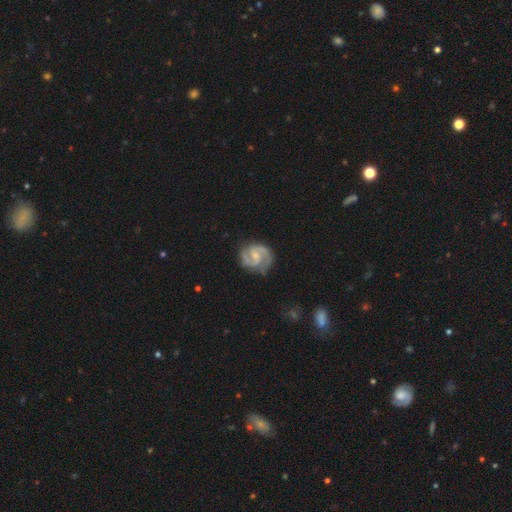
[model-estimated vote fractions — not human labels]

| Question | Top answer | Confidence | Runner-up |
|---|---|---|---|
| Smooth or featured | featured or disk | 89% | smooth (7%) |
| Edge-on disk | no | 98% | yes (2%) |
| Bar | weak | 49% | no (39%) |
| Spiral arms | yes | 98% | no (2%) |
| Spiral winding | medium | 53% | tight (36%) |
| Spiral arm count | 2 | 86% | 3 (6%) |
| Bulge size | small | 57% | moderate (34%) |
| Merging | none | 75% | minor disturbance (18%) |